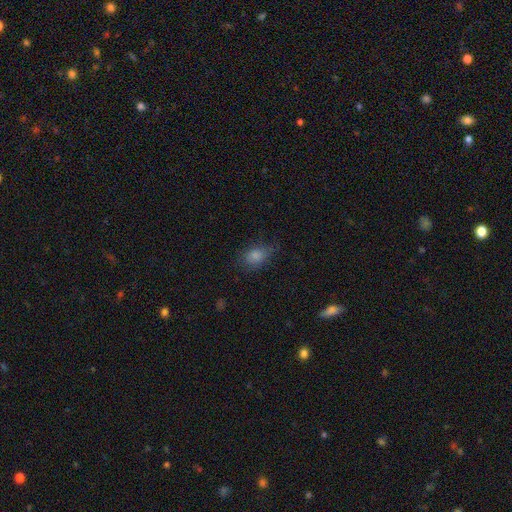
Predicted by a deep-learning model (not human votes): A smooth galaxy with no disk features (82%) that is in between round and cigar-shaped (74%).

Vote fractions:
- Smooth or featured? smooth: 82% / star or artifact: 11% / featured or disk: 7%
- How rounded? in between: 74% / round: 24% / cigar-shaped: 2%
- Merging? none: 63% / minor disturbance: 26% / major disturbance: 9% / merger: 1%